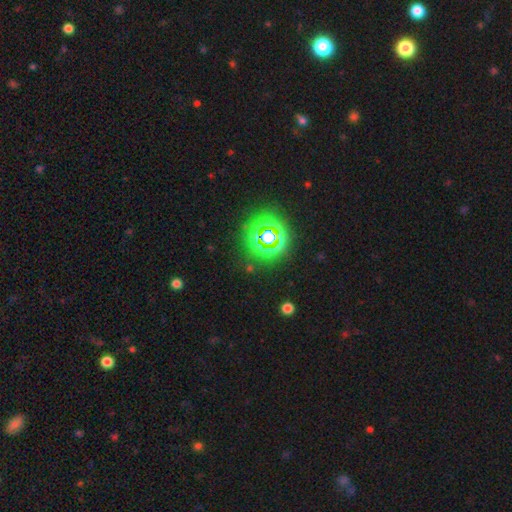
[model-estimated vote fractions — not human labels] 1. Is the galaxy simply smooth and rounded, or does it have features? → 73% star or artifact, 21% smooth, 6% featured or disk.